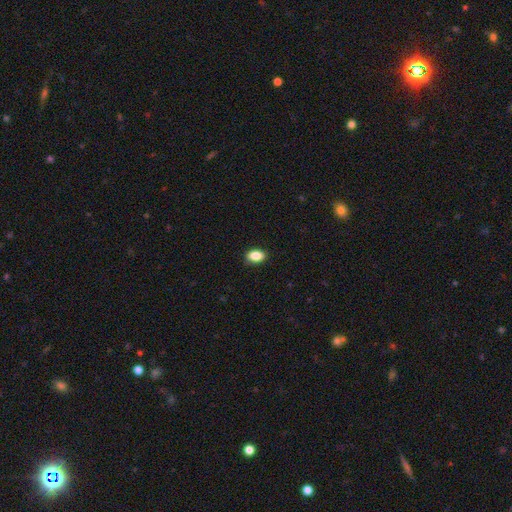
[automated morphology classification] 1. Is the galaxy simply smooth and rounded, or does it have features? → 87% smooth, 8% star or artifact, 5% featured or disk.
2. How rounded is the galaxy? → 88% in between, 10% round, 2% cigar-shaped.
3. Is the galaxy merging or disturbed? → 87% none, 10% minor disturbance, 2% major disturbance, 1% merger.